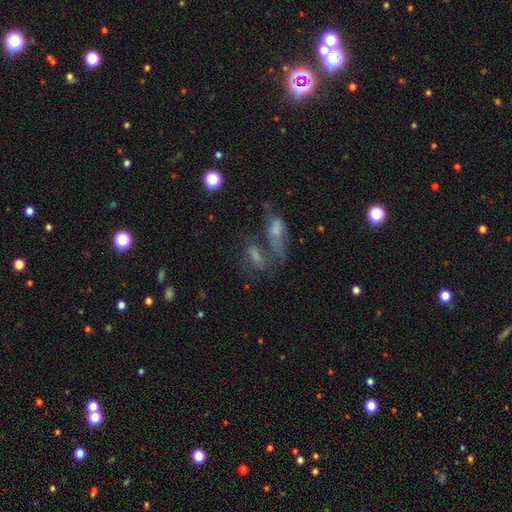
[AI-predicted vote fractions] A featured or disk galaxy (42%).

Vote fractions:
- Smooth or featured? featured or disk: 42% / smooth: 35% / star or artifact: 23%
- Merging? merger: 46% / none: 30% / major disturbance: 12% / minor disturbance: 12%